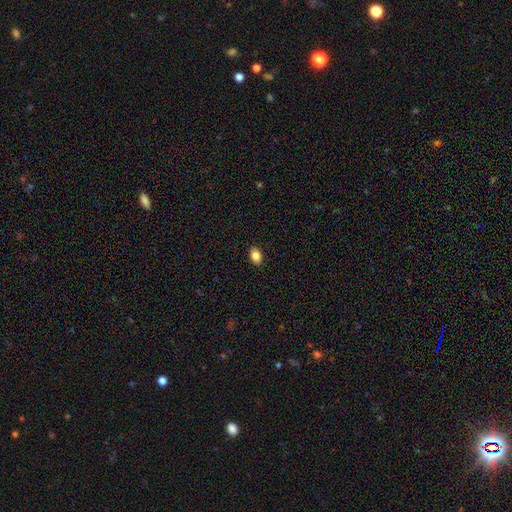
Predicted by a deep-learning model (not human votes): smooth_or_featured: smooth (p=0.86) [alt: star or artifact p=0.09]
how_rounded: in between (p=0.83) [alt: round p=0.16]
merging: none (p=0.90) [alt: minor disturbance p=0.08]